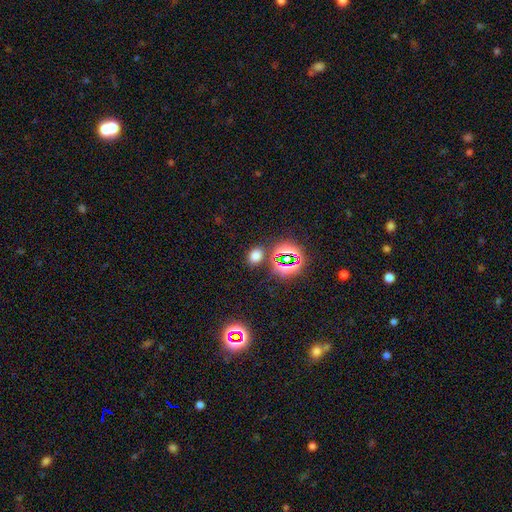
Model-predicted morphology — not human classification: Smooth or featured: smooth — 65% (star or artifact — 29%)
How rounded: in between — 64% (round — 35%)
Merging: none — 79% (minor disturbance — 9%)